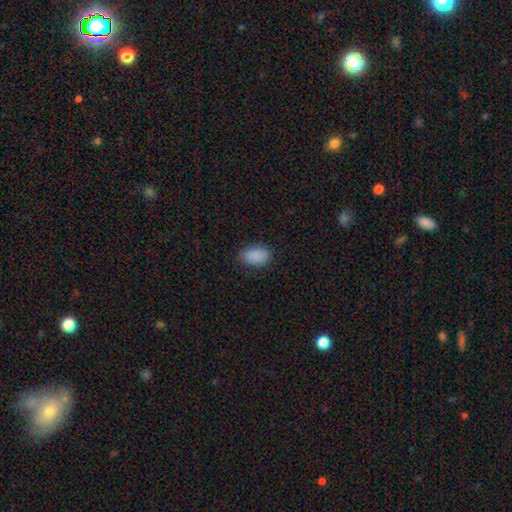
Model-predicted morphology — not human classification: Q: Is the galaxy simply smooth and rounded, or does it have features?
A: smooth — 89%.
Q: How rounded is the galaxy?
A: in between — 87%.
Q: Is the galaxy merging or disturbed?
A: none — 81%.